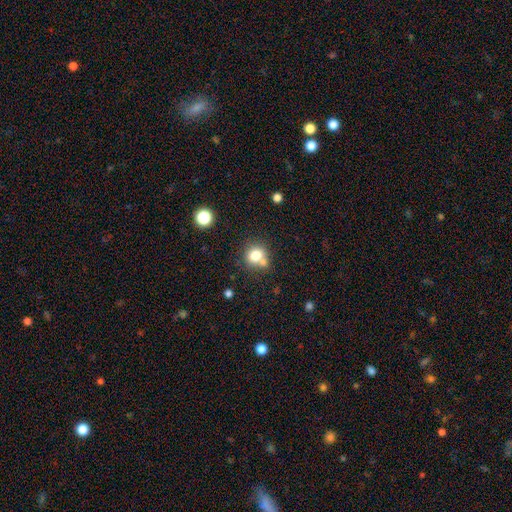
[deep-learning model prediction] Smooth or featured? Predicted: smooth (p=0.77). How rounded? Predicted: round (p=0.77). Merging? Predicted: none (p=0.56).